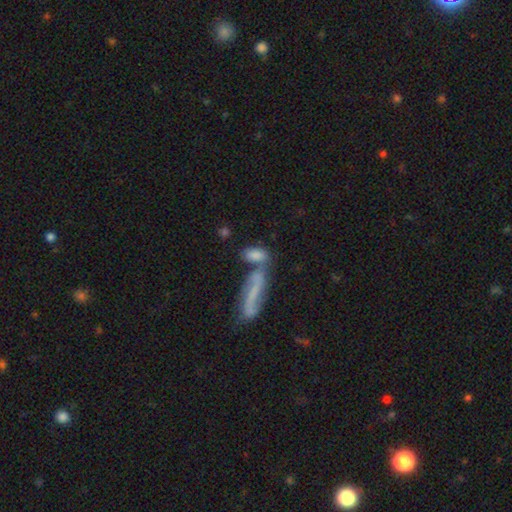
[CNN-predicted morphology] The model was most divided on "merging": merger: 47%, none: 34%, minor disturbance: 12%, major disturbance: 7%. More confident: how rounded — in between (76%); smooth or featured — smooth (72%).